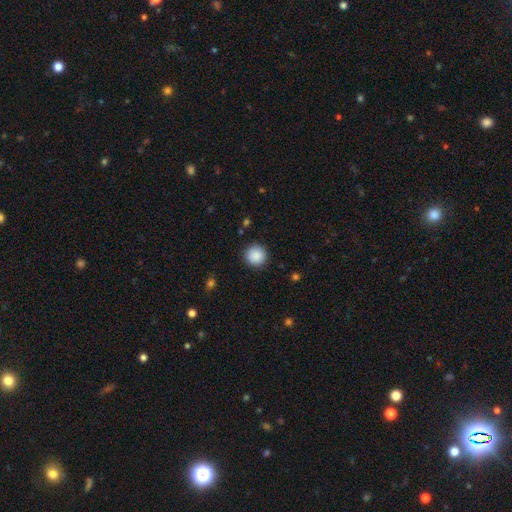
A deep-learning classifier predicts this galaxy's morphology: This is clearly a smooth galaxy (89%). How rounded: clearly round (96%). Merging: clearly none (91%).